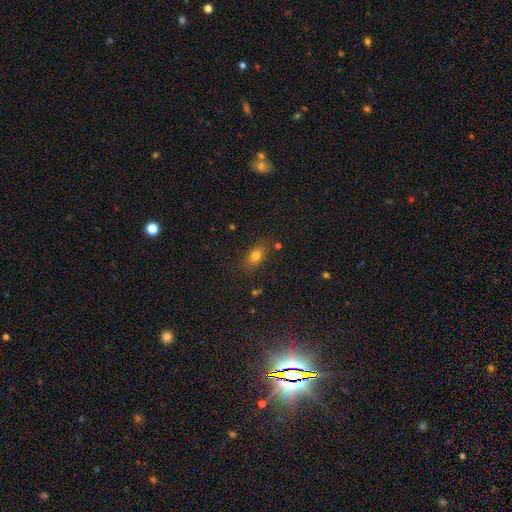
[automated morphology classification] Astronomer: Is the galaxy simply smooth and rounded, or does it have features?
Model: smooth — 76%.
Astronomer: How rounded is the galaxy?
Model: in between — 77%.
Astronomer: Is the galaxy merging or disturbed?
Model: none — 79%.